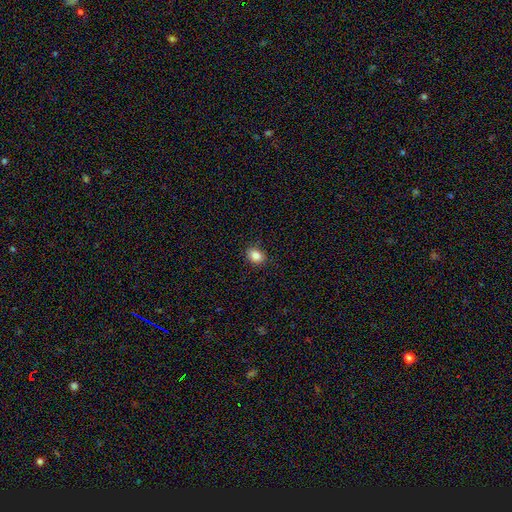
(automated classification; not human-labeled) Q: Smooth or featured?
A: smooth (85%); runner-up: star or artifact (10%)
Q: How rounded?
A: in between (50%); runner-up: round (49%)
Q: Merging?
A: none (88%); runner-up: minor disturbance (8%)